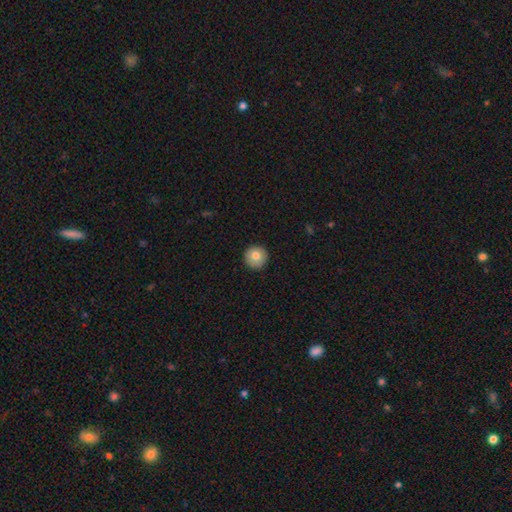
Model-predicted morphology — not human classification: Overall: smooth (79%). How rounded: round (96%). Merging: none (92%).